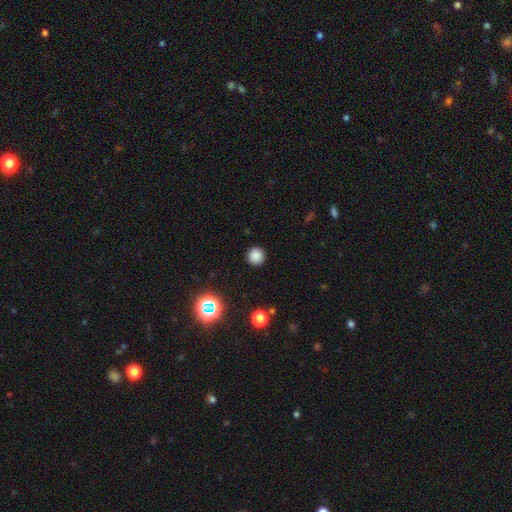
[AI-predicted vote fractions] Morphology: type=smooth (83%); roundness=round (94%); merging=none (91%).